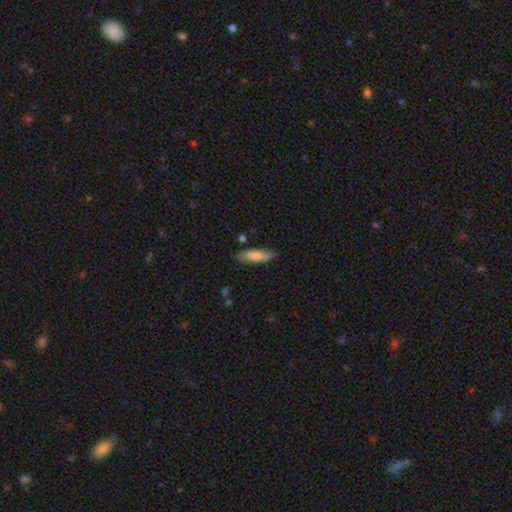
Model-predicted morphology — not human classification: Overall: smooth (78%). How rounded: cigar-shaped (58%; in between 40%). Merging: none (81%).